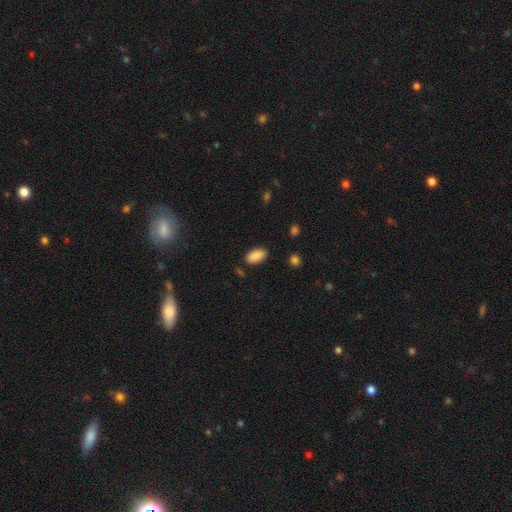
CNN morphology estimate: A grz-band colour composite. It shows a smooth galaxy with no disk features (89%) that is in between round and cigar-shaped (94%). Merging: none (84%).